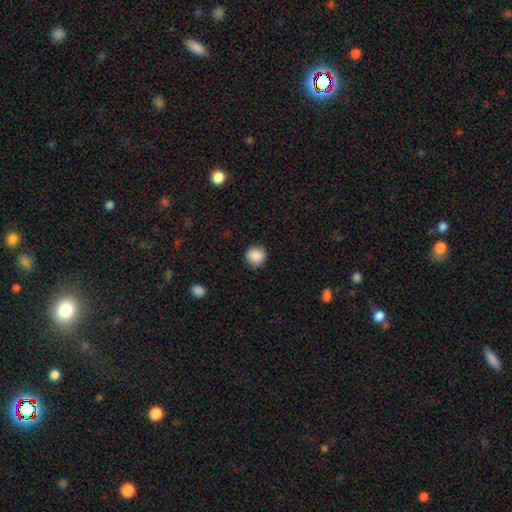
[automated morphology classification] Smooth or featured?
  - smooth: 89% *
  - star or artifact: 8%
  - featured or disk: 3%
How rounded?
  - round: 89% *
  - in between: 10%
  - cigar-shaped: 1%
Merging?
  - none: 89% *
  - minor disturbance: 8%
  - major disturbance: 2%
  - merger: 1%